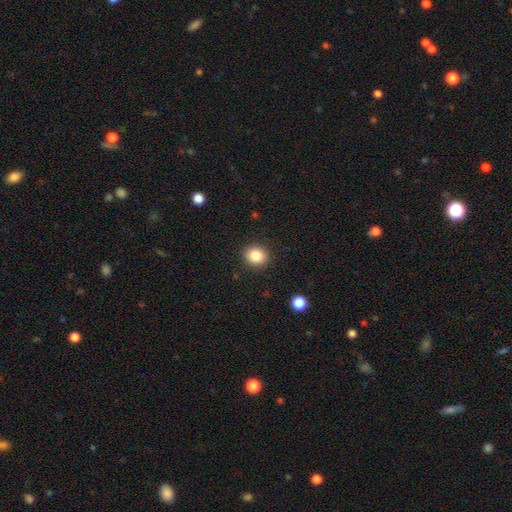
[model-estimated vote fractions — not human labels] This appears to be a smooth galaxy with no disk features (85%) that is round (79%). Merging: none (90%).